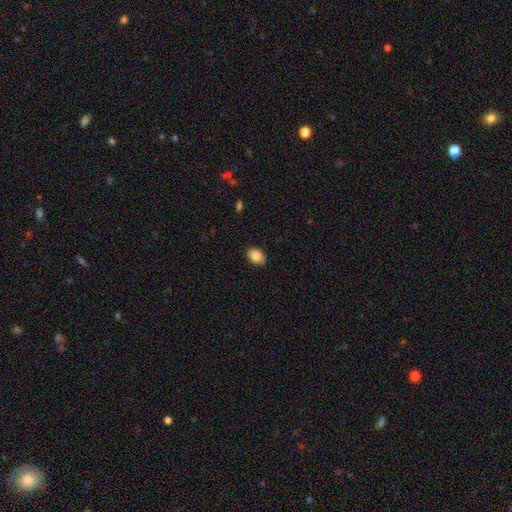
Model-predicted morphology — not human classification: Smooth or featured?
  - smooth: 84% *
  - featured or disk: 8%
  - star or artifact: 7%
How rounded?
  - in between: 79% *
  - round: 20%
  - cigar-shaped: 1%
Merging?
  - none: 88% *
  - minor disturbance: 9%
  - major disturbance: 2%
  - merger: 1%